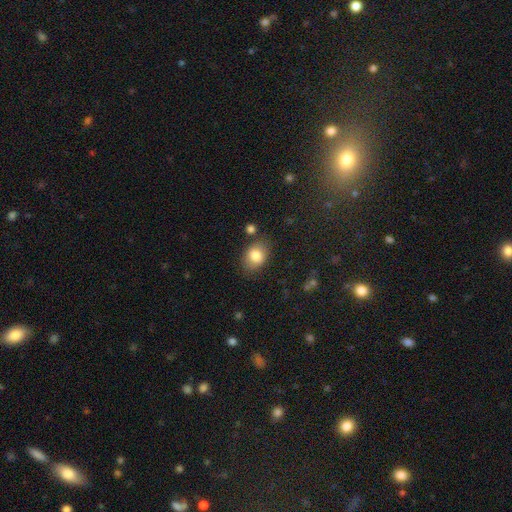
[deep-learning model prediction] This is clearly a smooth galaxy (82%). How rounded: likely in between (68%). Merging: likely none (76%).